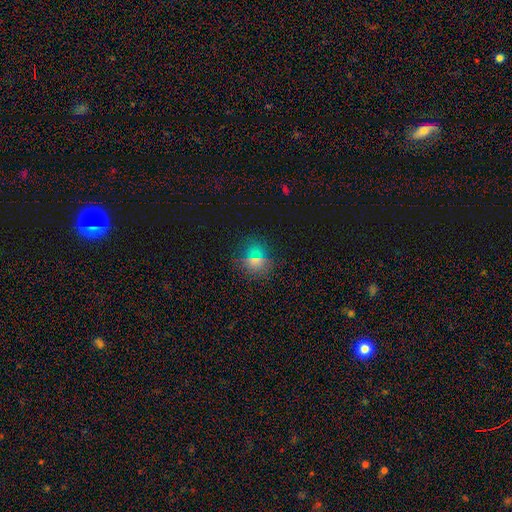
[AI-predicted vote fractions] Smooth or featured? smooth (61%)
How rounded? round (70%)
Merging? none (81%)